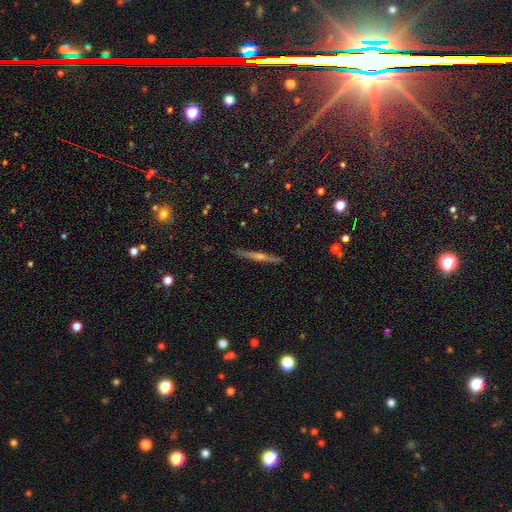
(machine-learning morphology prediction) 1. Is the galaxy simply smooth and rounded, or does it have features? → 69% featured or disk, 20% smooth, 11% star or artifact.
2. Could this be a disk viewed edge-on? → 97% yes, 3% no.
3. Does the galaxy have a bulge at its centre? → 75% rounded, 18% none, 7% boxy.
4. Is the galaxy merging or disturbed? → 90% none, 7% minor disturbance, 1% major disturbance, 1% merger.